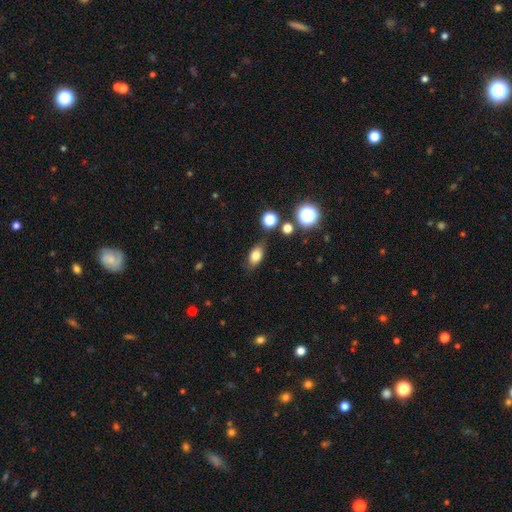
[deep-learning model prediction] Smooth or featured? smooth (78%)
How rounded? in between (82%)
Merging? none (78%)